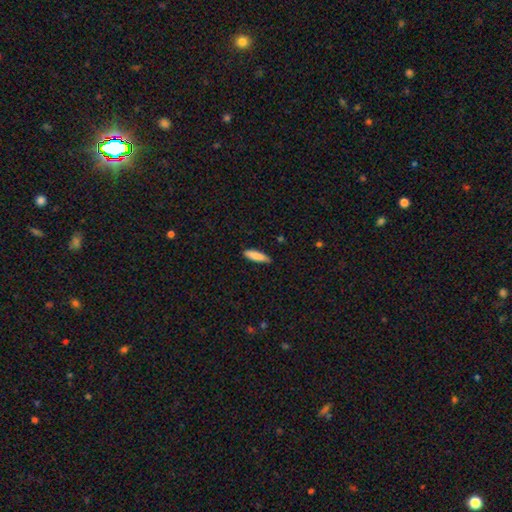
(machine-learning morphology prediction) smooth 86%, featured or disk 7%, star or artifact 6%. Down the decision tree: how rounded — cigar-shaped (64%); merging — none (80%).